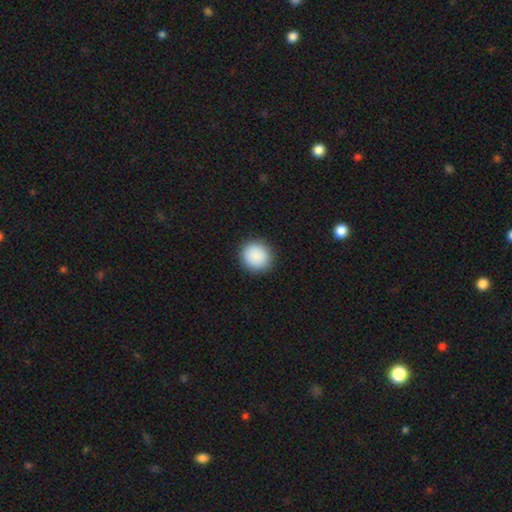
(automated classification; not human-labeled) Morphology: type=smooth (89%); roundness=round (91%); merging=none (91%).